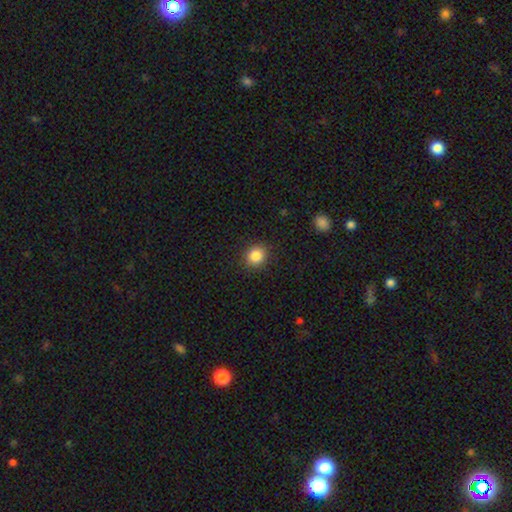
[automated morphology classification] This is clearly a smooth galaxy (86%). How rounded: likely round (75%). Merging: clearly none (89%).